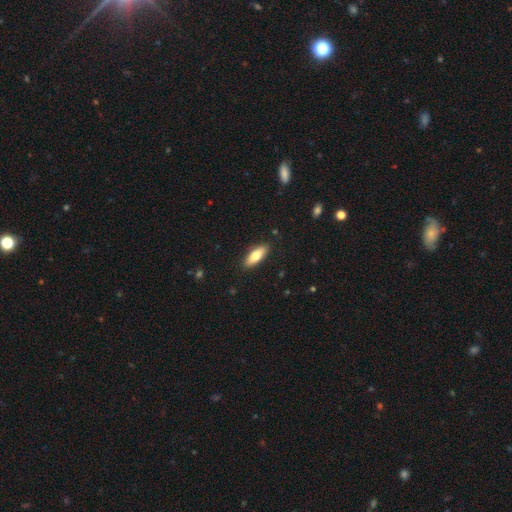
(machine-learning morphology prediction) Smooth or featured?
  - smooth: 71% *
  - featured or disk: 23%
  - star or artifact: 6%
How rounded?
  - in between: 64% *
  - cigar-shaped: 33%
  - round: 2%
Merging?
  - none: 89% *
  - minor disturbance: 8%
  - major disturbance: 2%
  - merger: 1%